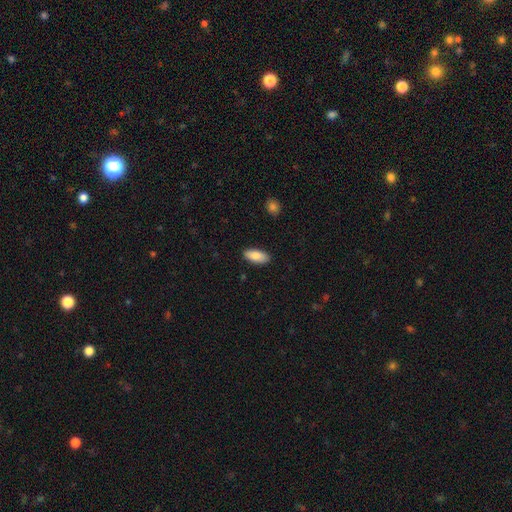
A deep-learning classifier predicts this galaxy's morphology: Smooth or featured: smooth — 86% (featured or disk — 8%)
How rounded: in between — 89% (cigar-shaped — 9%)
Merging: none — 88% (minor disturbance — 9%)